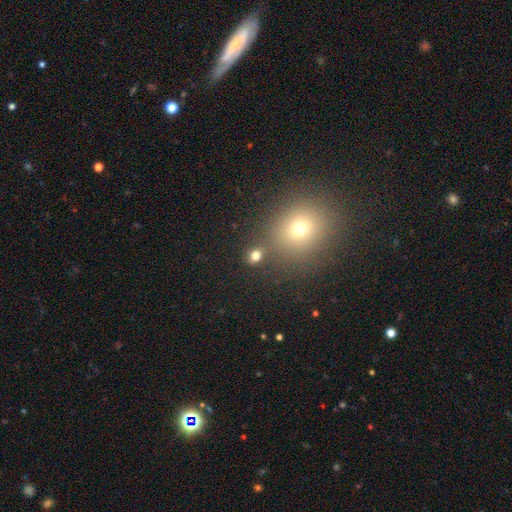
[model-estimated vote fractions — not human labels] smooth_or_featured: smooth (p=0.75) [alt: star or artifact p=0.18]
how_rounded: round (p=0.68) [alt: in between p=0.31]
merging: none (p=0.74) [alt: merger p=0.13]